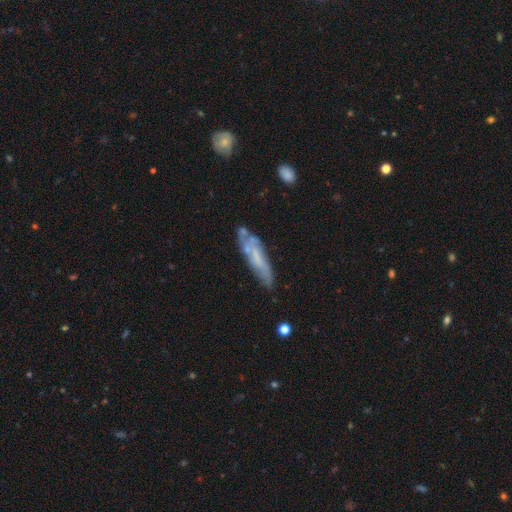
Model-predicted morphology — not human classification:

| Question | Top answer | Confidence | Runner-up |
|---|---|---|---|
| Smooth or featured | featured or disk | 51% | smooth (41%) |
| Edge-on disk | no | 59% | yes (41%) |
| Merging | none | 58% | minor disturbance (25%) |